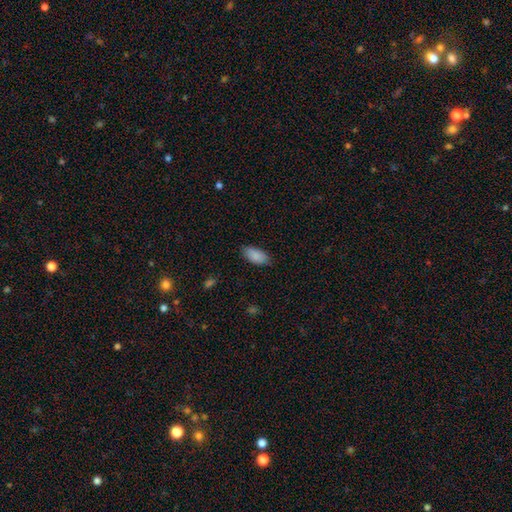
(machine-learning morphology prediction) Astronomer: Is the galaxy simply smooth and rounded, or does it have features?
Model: smooth — 88%.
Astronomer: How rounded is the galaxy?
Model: in between — 92%.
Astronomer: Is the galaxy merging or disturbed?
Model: none — 80%.